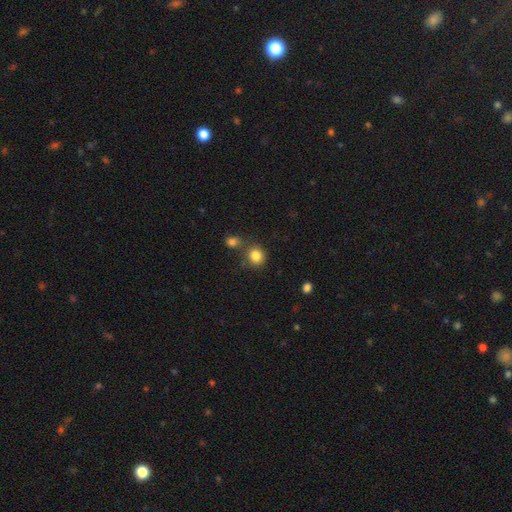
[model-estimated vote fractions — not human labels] Smooth or featured: smooth — 83% (star or artifact — 11%)
How rounded: round — 83% (in between — 16%)
Merging: none — 69% (merger — 16%)